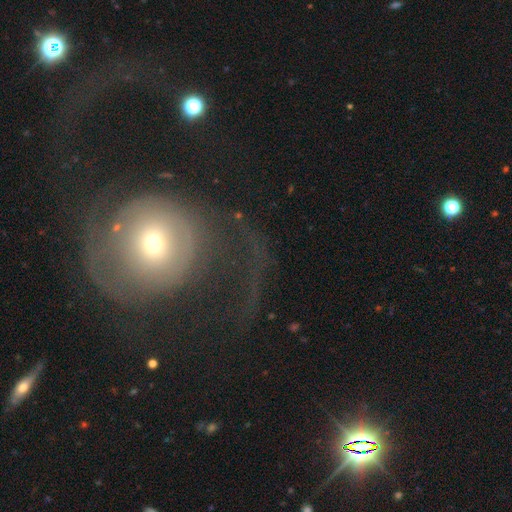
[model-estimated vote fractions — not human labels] Smooth or featured? featured or disk (54%)
Edge-on disk? no (95%)
Bar? no (73%)
Spiral arms? yes (61%)
Bulge size? small (45%)
Merging? major disturbance (42%, tied with none)